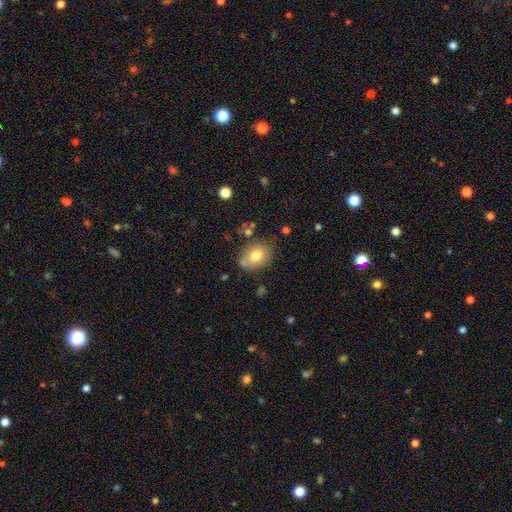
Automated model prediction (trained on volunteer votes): Smooth or featured: smooth — 75% (featured or disk — 15%)
How rounded: round — 60% (in between — 39%)
Merging: none — 70% (minor disturbance — 16%)